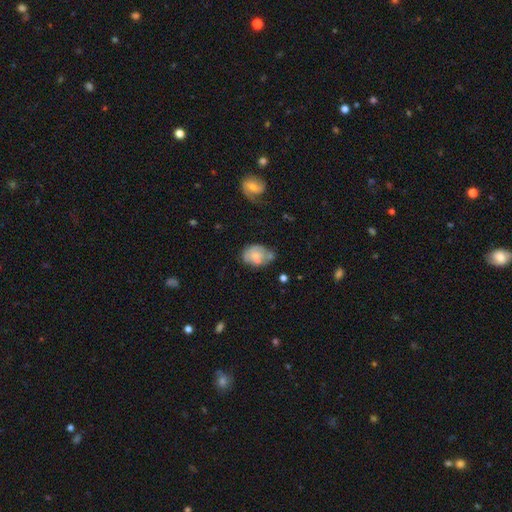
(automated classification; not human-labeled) Smooth or featured: smooth — 49% (featured or disk — 43%)
Merging: none — 38% (minor disturbance — 30%)